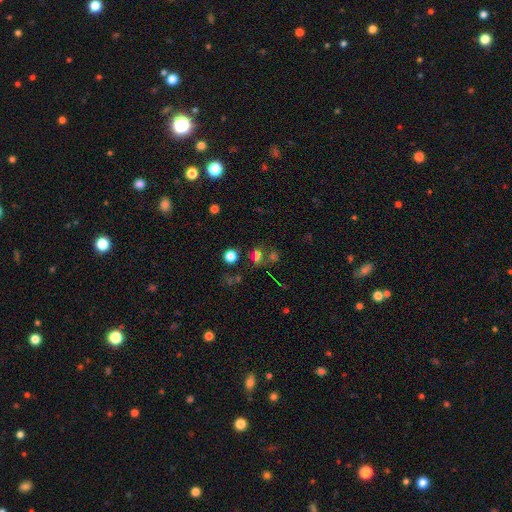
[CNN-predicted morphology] smooth-or-featured: smooth: 62% | star or artifact: 27% | featured or disk: 11%
  how-rounded: round: 54% | in between: 43% | cigar-shaped: 2%
  merging: none: 57% | merger: 24% | minor disturbance: 12% | major disturbance: 8%